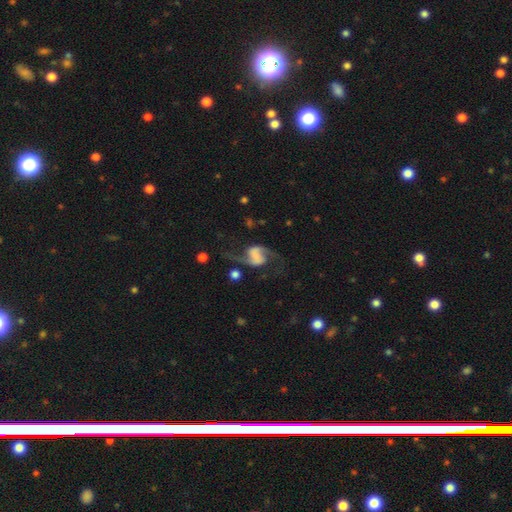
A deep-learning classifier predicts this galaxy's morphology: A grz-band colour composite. It shows a featured or disk galaxy (86%) with a weak bar (39%), 2 (94%) loose (71%) spiral arms (97%) and no central bulge (50%). Merging: none (68%).